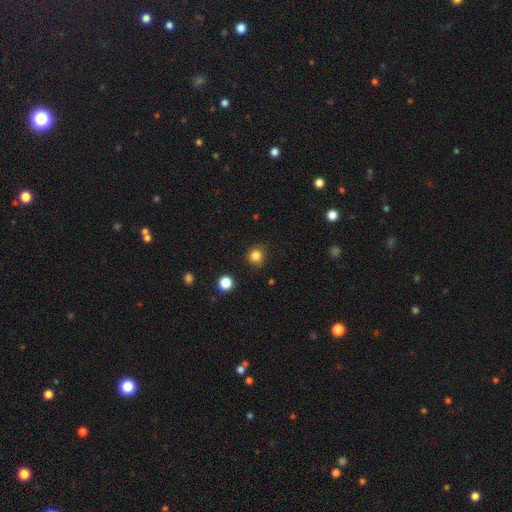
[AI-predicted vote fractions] smooth_or_featured: smooth (p=0.83) [alt: star or artifact p=0.13]
how_rounded: round (p=0.90) [alt: in between p=0.09]
merging: none (p=0.85) [alt: minor disturbance p=0.11]